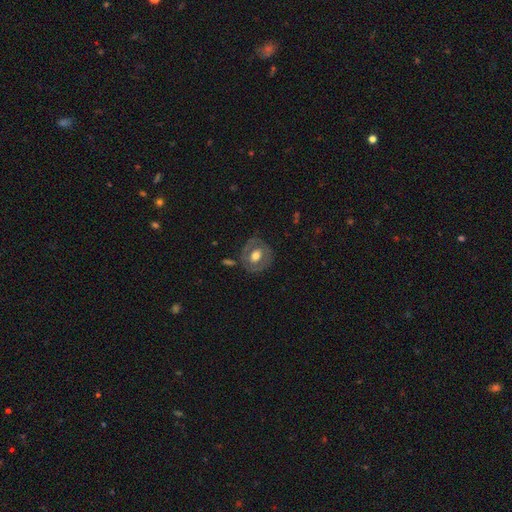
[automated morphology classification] A featured or disk galaxy (52%).

Vote fractions:
- Smooth or featured? featured or disk: 52% / smooth: 42% / star or artifact: 6%
- Edge-on disk? no: 94% / yes: 6%
- Merging? none: 75% / minor disturbance: 15% / major disturbance: 7% / merger: 3%